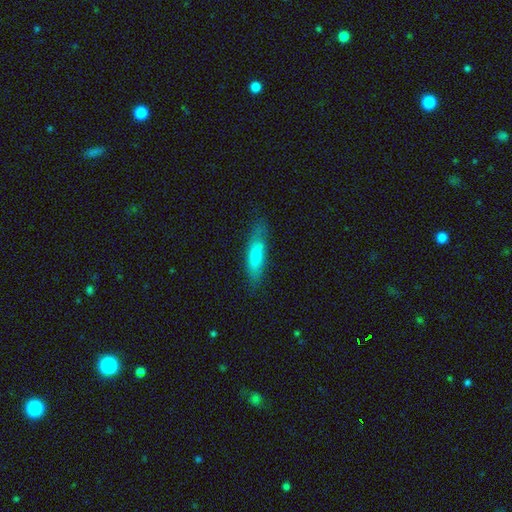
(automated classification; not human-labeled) Q: Smooth or featured?
A: smooth (65%); runner-up: featured or disk (29%)
Q: How rounded?
A: cigar-shaped (67%); runner-up: in between (31%)
Q: Merging?
A: none (75%); runner-up: minor disturbance (19%)